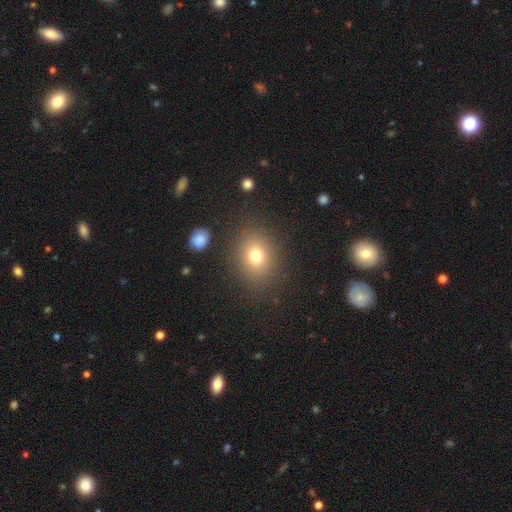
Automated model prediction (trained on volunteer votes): Smooth or featured? Predicted: smooth (p=0.75). How rounded? Predicted: round (p=0.61). Merging? Predicted: none (p=0.85).